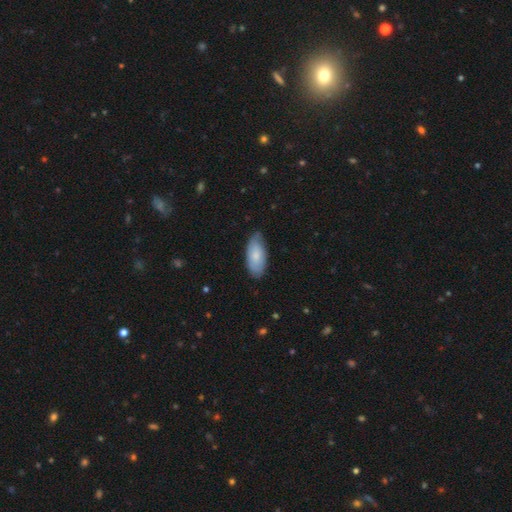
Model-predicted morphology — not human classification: Smooth or featured? Predicted: smooth (p=0.75). How rounded? Predicted: in between (p=0.92). Merging? Predicted: none (p=0.68).